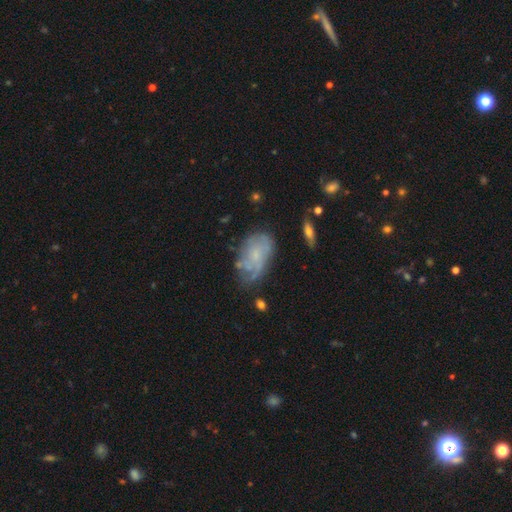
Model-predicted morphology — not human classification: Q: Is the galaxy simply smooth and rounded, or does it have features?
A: featured or disk — 58%.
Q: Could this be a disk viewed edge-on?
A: no — 95%.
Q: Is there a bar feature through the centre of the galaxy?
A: no — 79%.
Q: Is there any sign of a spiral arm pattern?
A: yes — 66%.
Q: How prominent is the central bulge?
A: small — 54%.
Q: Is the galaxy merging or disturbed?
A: none — 52%.